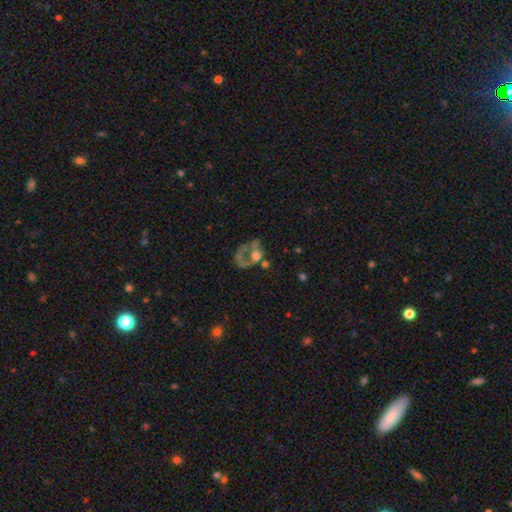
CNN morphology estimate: Smooth or featured?
  - featured or disk: 54% *
  - smooth: 33%
  - star or artifact: 13%
Edge-on disk?
  - no: 97% *
  - yes: 3%
Bar?
  - no: 88% *
  - weak: 9%
  - strong: 3%
Spiral arms?
  - no: 76% *
  - yes: 24%
Bulge size?
  - moderate: 34% *
  - none: 32%
  - small: 16%
  - large: 15%
  - dominant: 4%
Merging?
  - major disturbance: 47% *
  - none: 23%
  - merger: 18%
  - minor disturbance: 12%